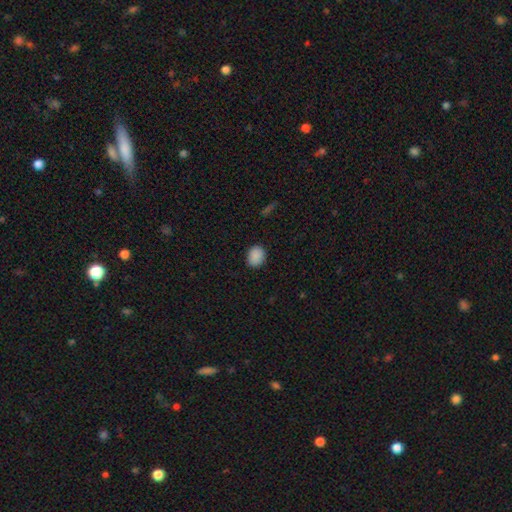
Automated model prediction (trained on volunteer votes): This appears to be a smooth galaxy with no disk features (89%) that is round (50%). Merging: none (86%).